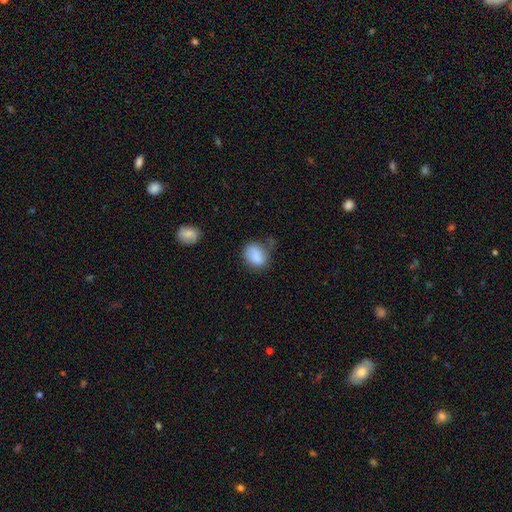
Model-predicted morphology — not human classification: The model was most divided on "how rounded": in between: 59%, round: 40%, cigar-shaped: 1%. More confident: smooth or featured — smooth (83%); merging — none (56%).